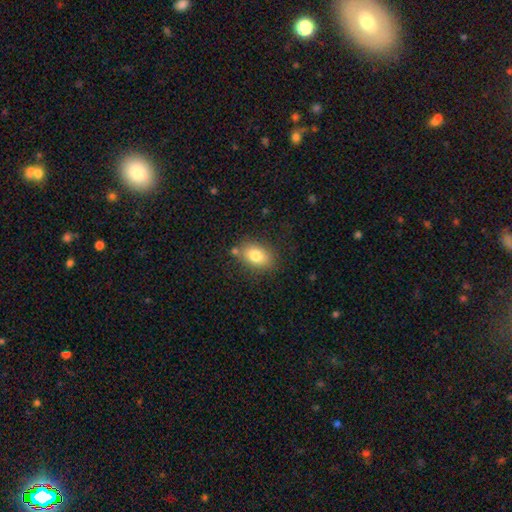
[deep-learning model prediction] smooth 79%, featured or disk 13%, star or artifact 9%. Down the decision tree: how rounded — in between (81%); merging — none (76%).